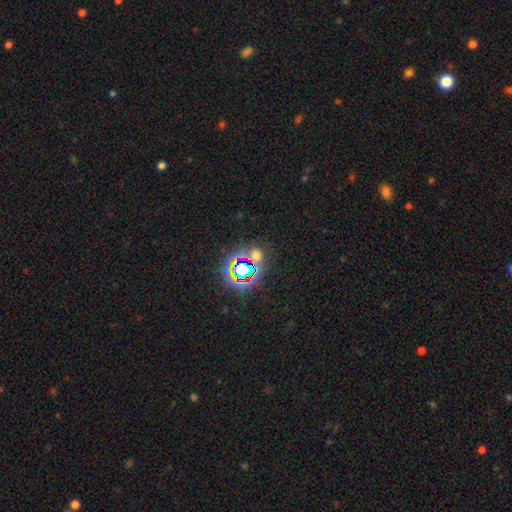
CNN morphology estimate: Overall: star or artifact (56%; smooth 34%).